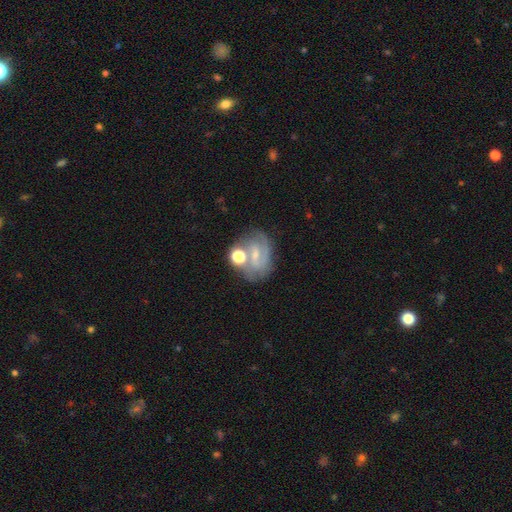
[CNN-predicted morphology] Overall: featured or disk (59%; smooth 28%). Edge-on disk: no (96%). Bar: weak (46%; no 32%). Spiral arms: yes (78%). Bulge size: small (49%; moderate 30%). Merging: none (50%; merger 21%).